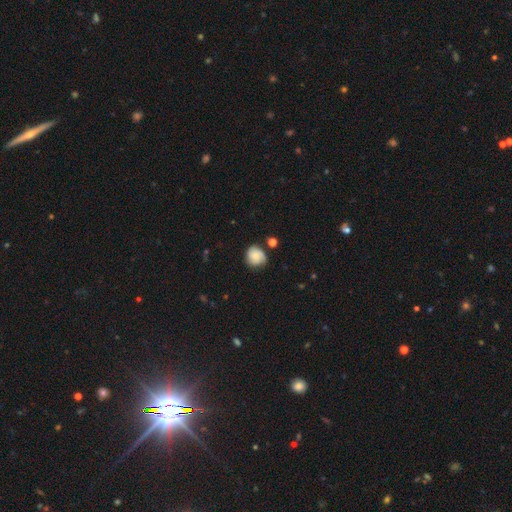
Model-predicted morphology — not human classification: type=smooth (63%); roundness=round (83%); merging=none (67%).